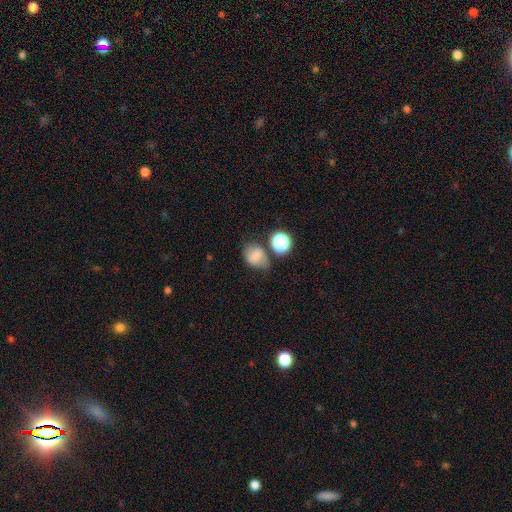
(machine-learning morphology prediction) type=smooth (67%); roundness=in between (60%); merging=none (53%).